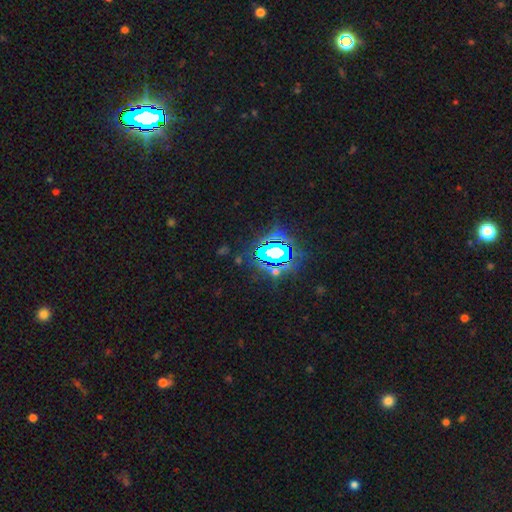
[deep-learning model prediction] Morphology: type=star or artifact (82%).